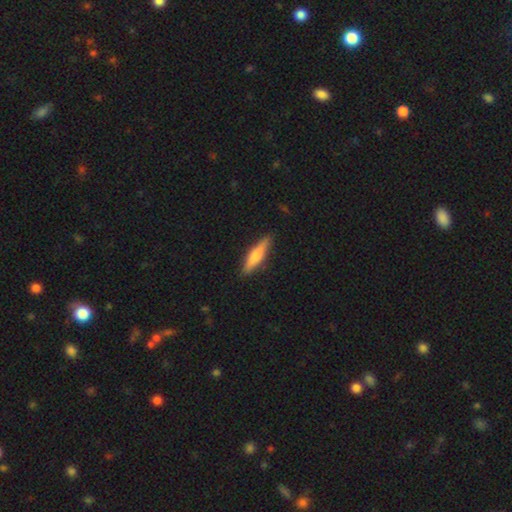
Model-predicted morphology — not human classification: smooth_or_featured: smooth (p=0.62) [alt: featured or disk p=0.32]
how_rounded: cigar-shaped (p=0.80) [alt: in between p=0.18]
merging: none (p=0.88) [alt: minor disturbance p=0.09]